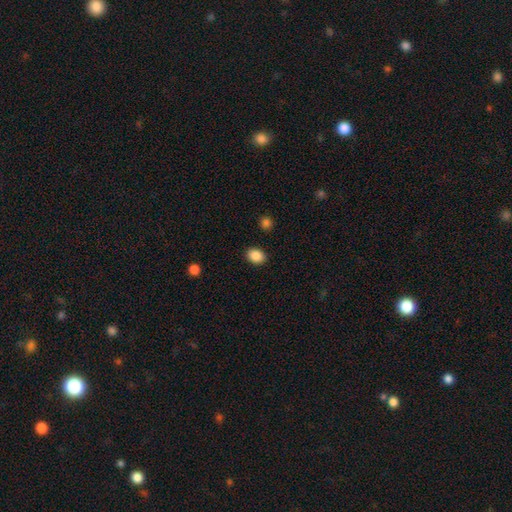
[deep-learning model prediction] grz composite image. It shows a smooth galaxy with no disk features (88%) that is in between round and cigar-shaped (69%). Merging: none (89%).